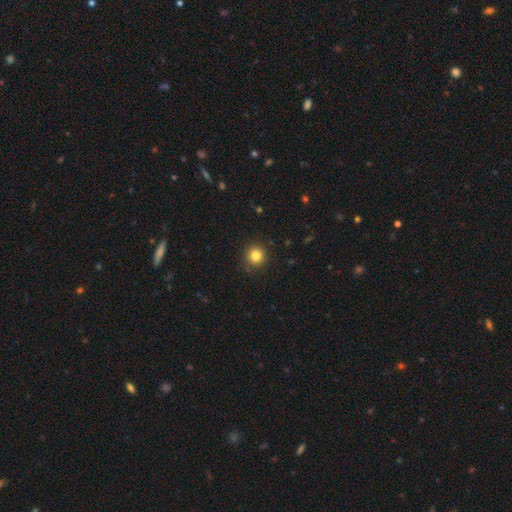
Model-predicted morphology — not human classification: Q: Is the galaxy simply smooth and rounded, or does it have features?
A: smooth — 83%.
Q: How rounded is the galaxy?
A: round — 93%.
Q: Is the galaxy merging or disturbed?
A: none — 88%.